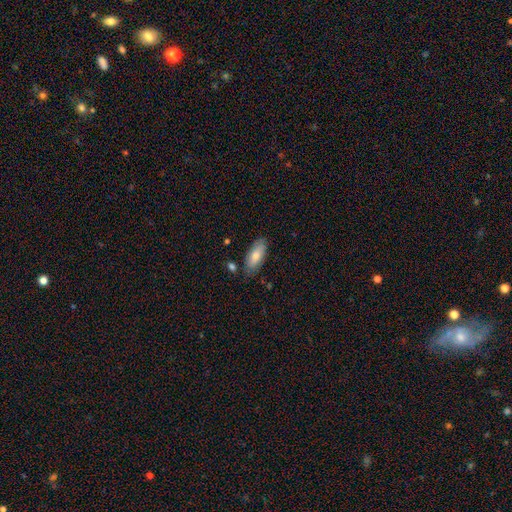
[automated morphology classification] smooth-or-featured: smooth: 77% | featured or disk: 17% | star or artifact: 6%
  how-rounded: in between: 84% | cigar-shaped: 14% | round: 2%
  merging: none: 79% | minor disturbance: 15% | merger: 3% | major disturbance: 3%